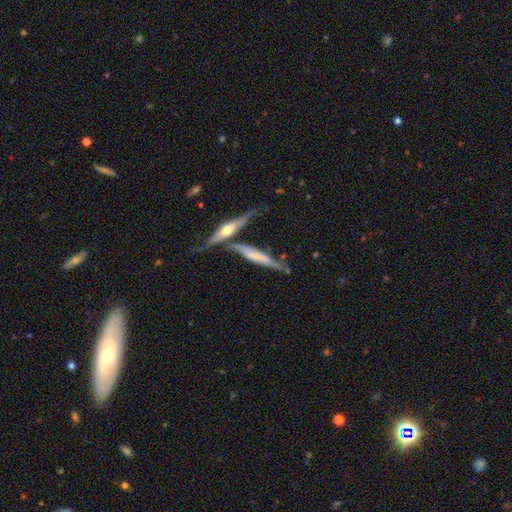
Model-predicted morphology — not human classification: Smooth or featured? Predicted: featured or disk (p=0.61). Edge-on disk? Predicted: yes (p=0.89). Edge-on bulge? Predicted: rounded (p=0.46). Merging? Predicted: none (p=0.55).